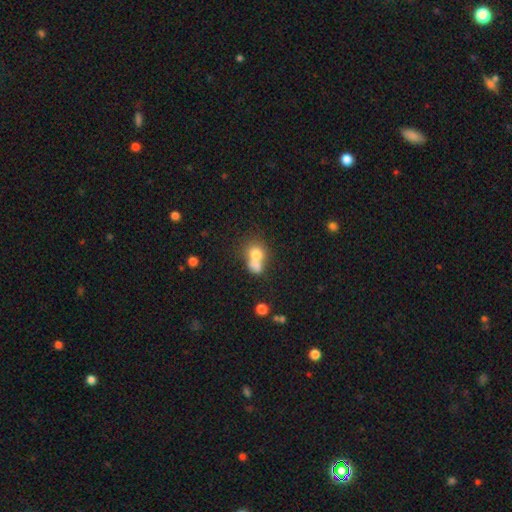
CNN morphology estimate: smooth-or-featured: smooth: 73% | featured or disk: 16% | star or artifact: 11%
  how-rounded: round: 65% | in between: 33% | cigar-shaped: 1%
  merging: merger: 55% | none: 30% | minor disturbance: 9% | major disturbance: 6%